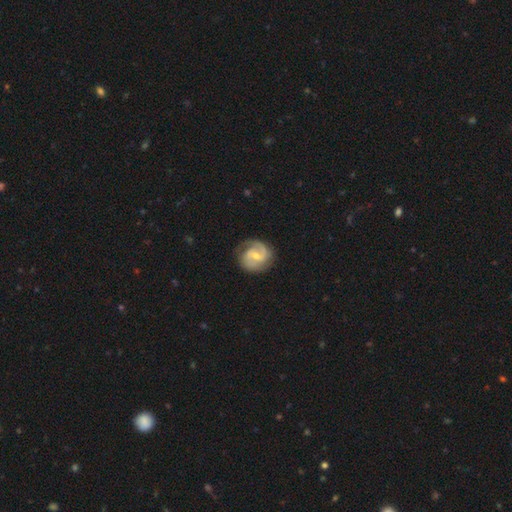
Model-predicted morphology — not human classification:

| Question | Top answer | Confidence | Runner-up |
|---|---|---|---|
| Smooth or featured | featured or disk | 84% | smooth (12%) |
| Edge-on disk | no | 98% | yes (2%) |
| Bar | weak | 53% | no (30%) |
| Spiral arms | yes | 96% | no (4%) |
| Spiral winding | medium | 49% | tight (33%) |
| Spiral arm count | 2 | 87% | can't tell (5%) |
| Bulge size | small | 50% | moderate (45%) |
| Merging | none | 79% | minor disturbance (15%) |